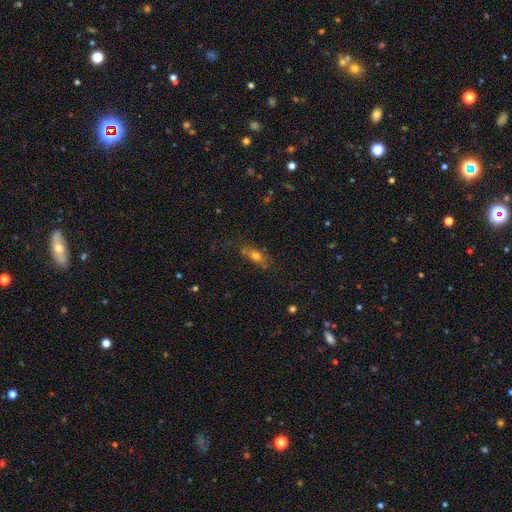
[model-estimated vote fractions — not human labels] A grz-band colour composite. It shows a smooth galaxy with no disk features (69%) that is in between round and cigar-shaped (67%). Merging: none (65%).